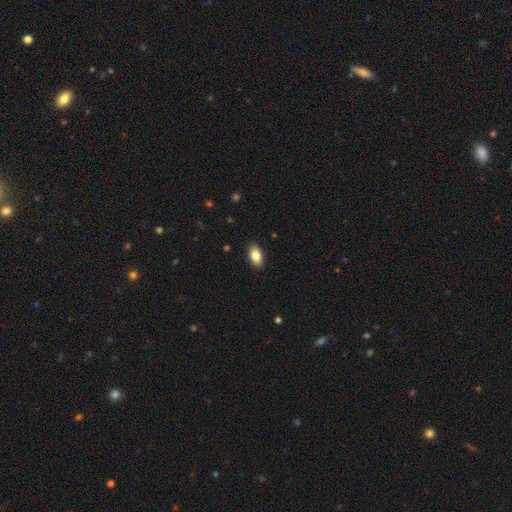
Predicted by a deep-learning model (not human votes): This is clearly a smooth galaxy (85%). How rounded: clearly in between (92%). Merging: clearly none (89%).